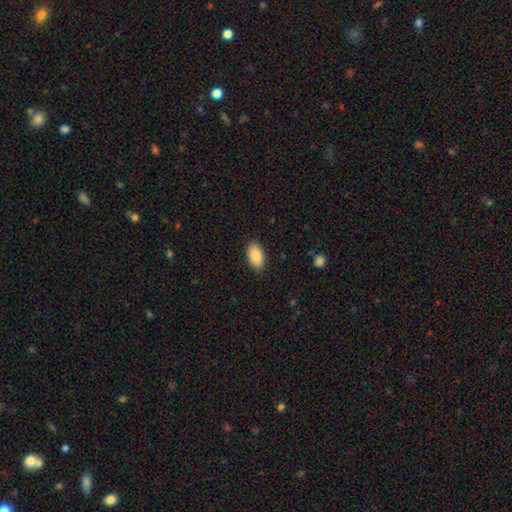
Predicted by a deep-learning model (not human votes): Smooth or featured: smooth — 88% (star or artifact — 7%)
How rounded: in between — 94% (round — 4%)
Merging: none — 88% (minor disturbance — 9%)